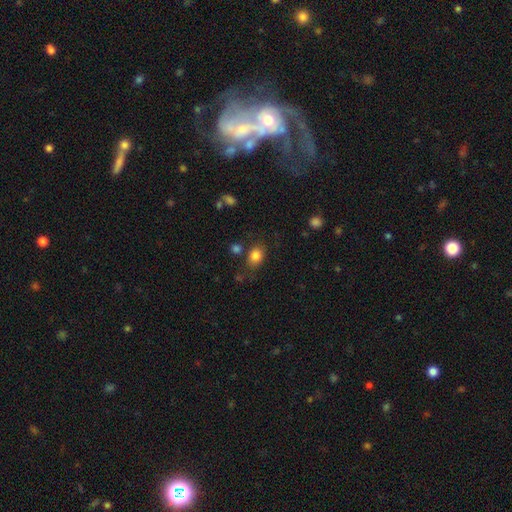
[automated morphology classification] Smooth or featured? smooth (83%)
How rounded? in between (54%)
Merging? none (72%)